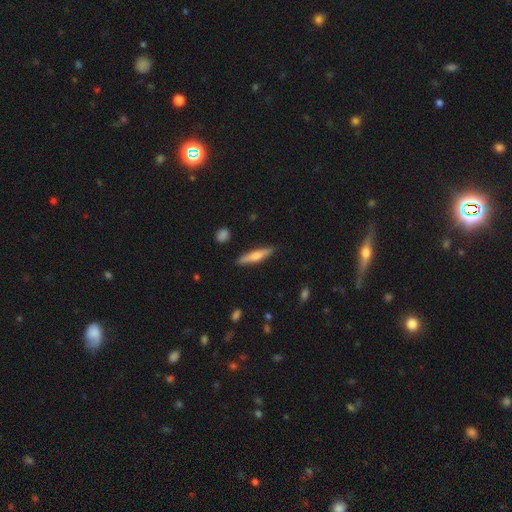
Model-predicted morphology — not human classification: smooth-or-featured: smooth: 51% | featured or disk: 44% | star or artifact: 6%
  how-rounded: cigar-shaped: 83% | in between: 15% | round: 2%
  merging: none: 88% | minor disturbance: 9% | major disturbance: 2% | merger: 2%